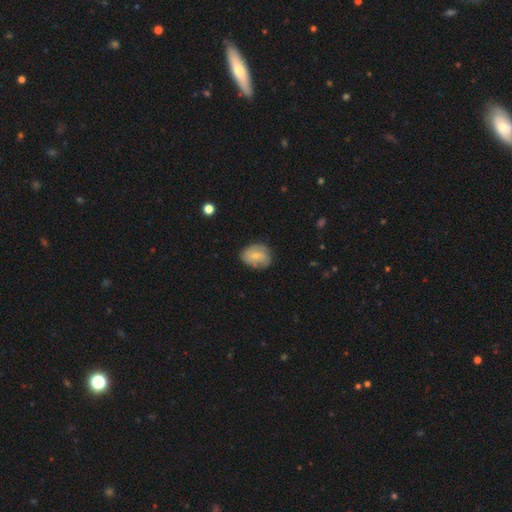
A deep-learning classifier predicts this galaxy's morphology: Q: Smooth or featured?
A: smooth (59%); runner-up: featured or disk (34%)
Q: How rounded?
A: in between (55%); runner-up: round (44%)
Q: Merging?
A: none (70%); runner-up: minor disturbance (23%)